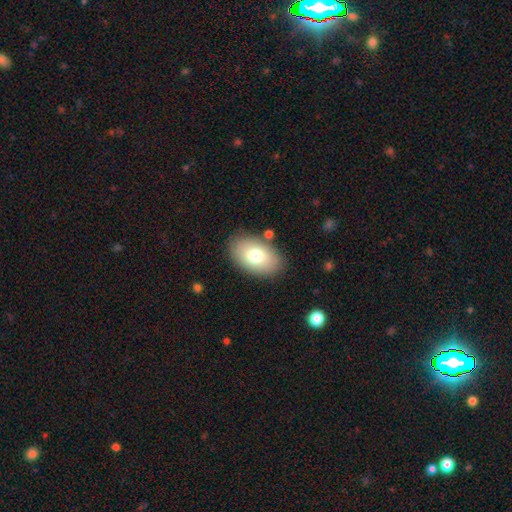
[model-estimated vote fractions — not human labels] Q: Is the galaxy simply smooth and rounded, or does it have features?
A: smooth — 76%.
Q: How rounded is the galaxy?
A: in between — 91%.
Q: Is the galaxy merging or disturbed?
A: none — 84%.